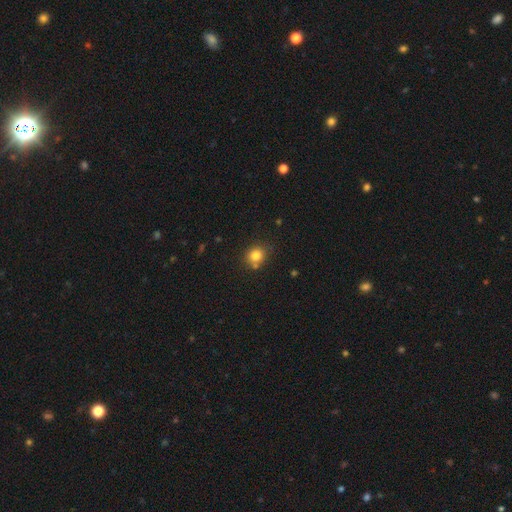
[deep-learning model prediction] Overall: smooth (81%). How rounded: round (78%). Merging: none (74%).